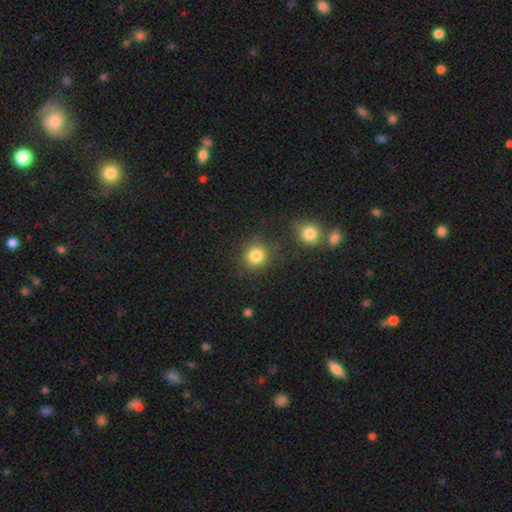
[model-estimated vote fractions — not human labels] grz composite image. It shows a smooth galaxy with no disk features (84%) that is round (87%). Merging: none (81%).